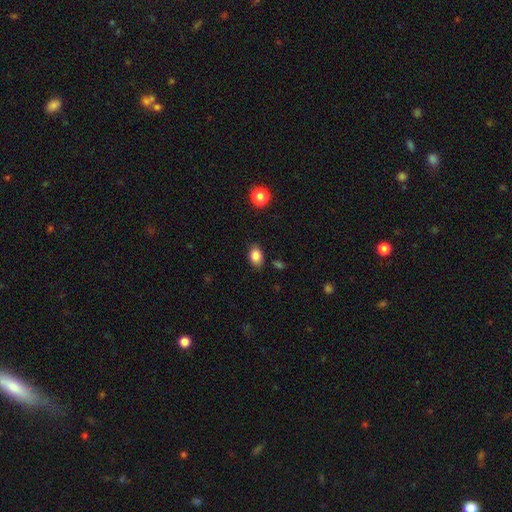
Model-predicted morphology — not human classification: smooth 84%, star or artifact 9%, featured or disk 7%. Down the decision tree: how rounded — in between (80%); merging — none (84%).